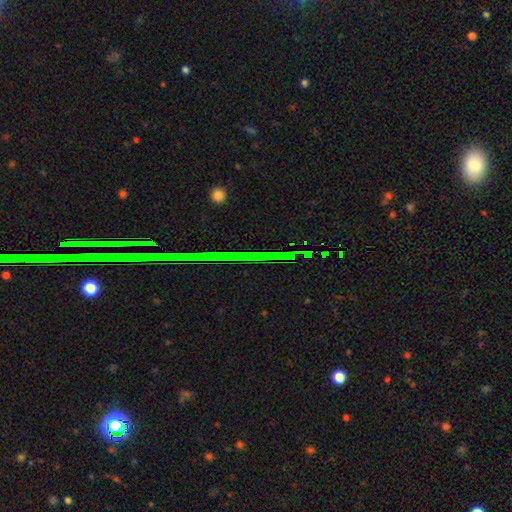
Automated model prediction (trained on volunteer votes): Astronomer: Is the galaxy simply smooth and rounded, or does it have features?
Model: star or artifact — 81%.